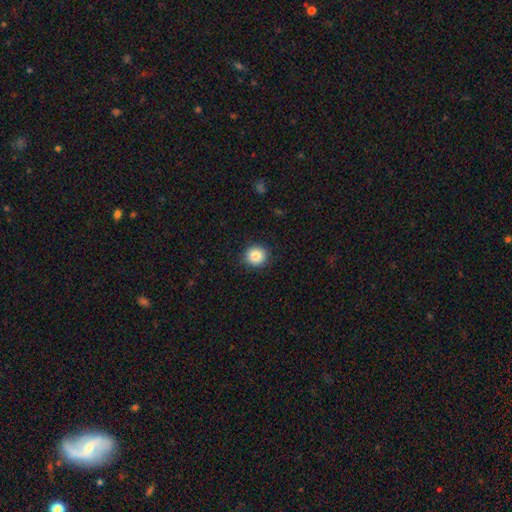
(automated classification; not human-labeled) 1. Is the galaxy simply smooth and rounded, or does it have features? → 86% smooth, 9% star or artifact, 4% featured or disk.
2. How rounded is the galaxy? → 90% round, 9% in between, 1% cigar-shaped.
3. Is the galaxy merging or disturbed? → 90% none, 7% minor disturbance, 2% major disturbance, 1% merger.